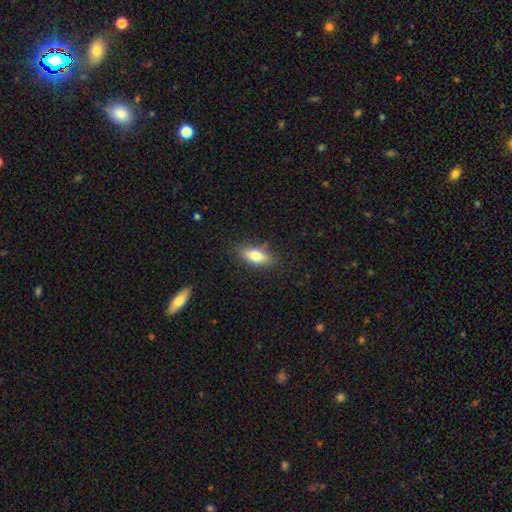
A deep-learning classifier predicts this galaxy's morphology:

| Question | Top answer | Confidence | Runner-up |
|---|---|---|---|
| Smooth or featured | smooth | 74% | featured or disk (18%) |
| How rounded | in between | 78% | cigar-shaped (18%) |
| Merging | none | 82% | minor disturbance (13%) |